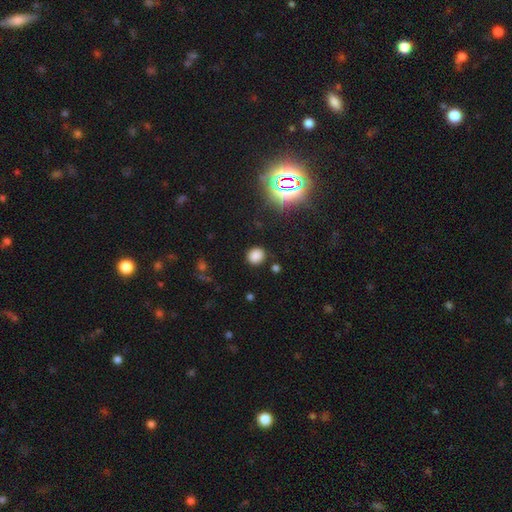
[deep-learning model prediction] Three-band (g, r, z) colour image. It shows a smooth galaxy with no disk features (76%) that is round (83%). Merging: none (86%).